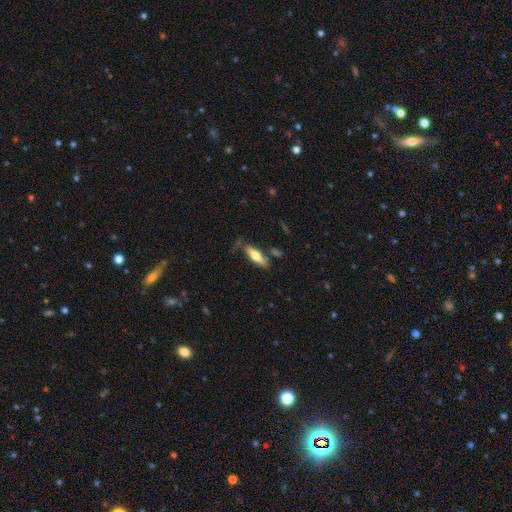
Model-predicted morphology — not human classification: Q: Smooth or featured?
A: smooth (55%); runner-up: featured or disk (39%)
Q: How rounded?
A: cigar-shaped (58%); runner-up: in between (39%)
Q: Merging?
A: none (68%); runner-up: minor disturbance (19%)